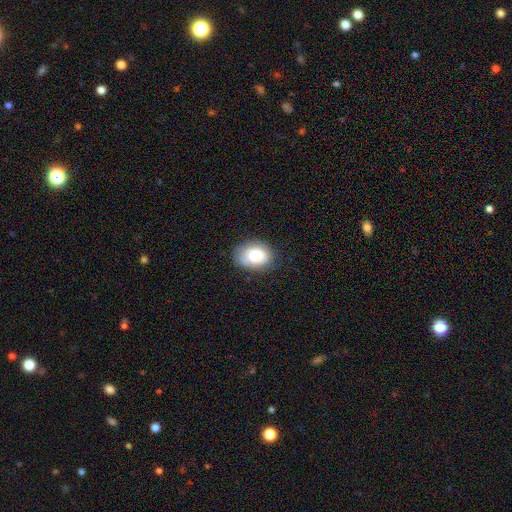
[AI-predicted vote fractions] Overall: smooth (79%). How rounded: in between (75%). Merging: none (71%).